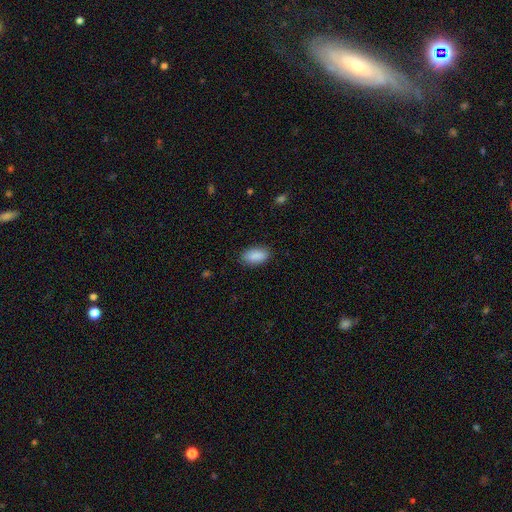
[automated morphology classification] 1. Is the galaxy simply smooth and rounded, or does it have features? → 90% smooth, 6% star or artifact, 4% featured or disk.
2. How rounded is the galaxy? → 93% in between, 4% cigar-shaped, 3% round.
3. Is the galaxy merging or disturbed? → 87% none, 10% minor disturbance, 3% major disturbance, 1% merger.